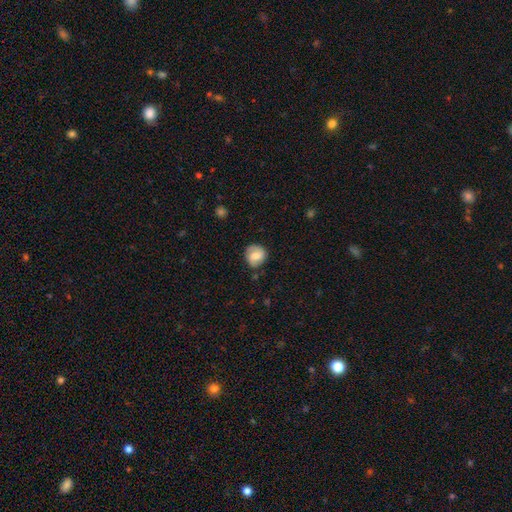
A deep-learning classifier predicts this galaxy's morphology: smooth 57%, featured or disk 35%, star or artifact 8%. Down the decision tree: how rounded — round (83%); merging — none (75%).